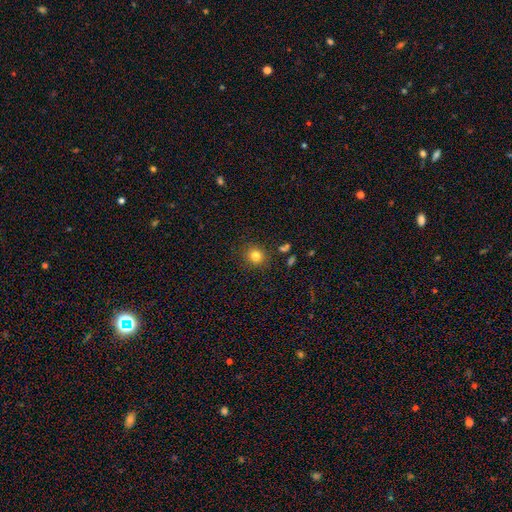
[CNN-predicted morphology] type=smooth (81%); roundness=round (83%); merging=none (87%).